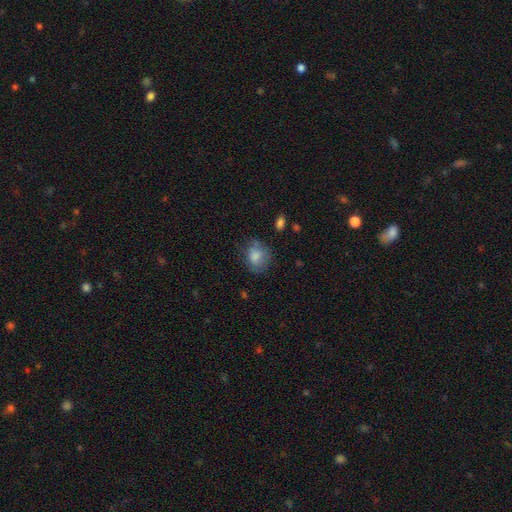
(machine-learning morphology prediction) A smooth galaxy with no disk features (79%) that is round (56%).

Vote fractions:
- Smooth or featured? smooth: 79% / featured or disk: 13% / star or artifact: 8%
- How rounded? round: 56% / in between: 43% / cigar-shaped: 1%
- Merging? none: 60% / minor disturbance: 27% / major disturbance: 11% / merger: 2%